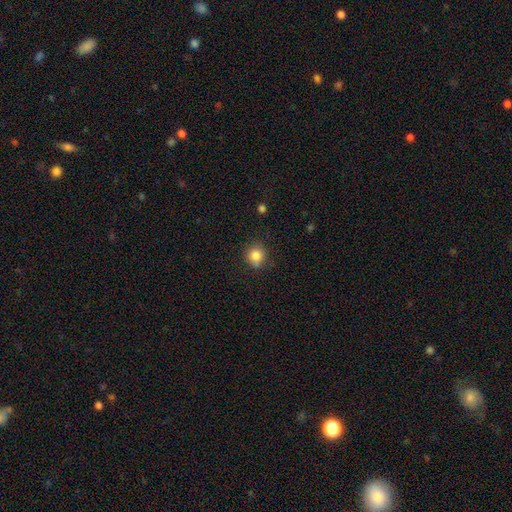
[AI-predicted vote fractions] Q: Smooth or featured?
A: smooth (83%); runner-up: star or artifact (11%)
Q: How rounded?
A: round (86%); runner-up: in between (13%)
Q: Merging?
A: none (80%); runner-up: minor disturbance (14%)